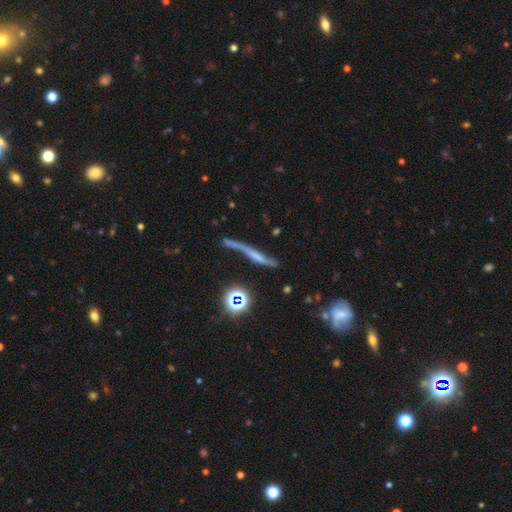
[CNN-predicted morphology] A featured or disk galaxy (50%). Merging: none (45%).